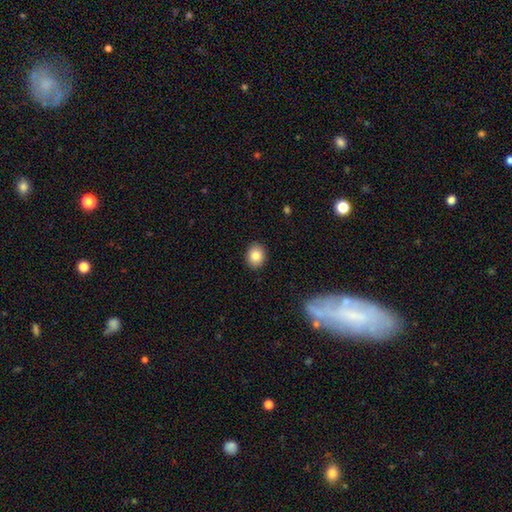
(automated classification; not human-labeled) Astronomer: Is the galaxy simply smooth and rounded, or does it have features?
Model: smooth — 83%.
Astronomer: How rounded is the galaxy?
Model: round — 59% (runner-up: in between, 40%).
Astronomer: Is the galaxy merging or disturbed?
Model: none — 90%.